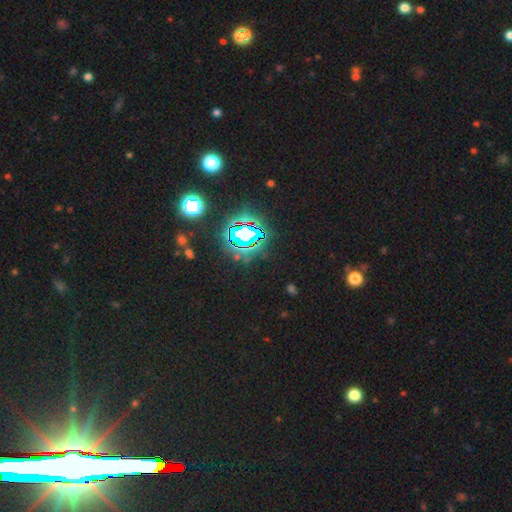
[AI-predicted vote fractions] A star or artifact, not a galaxy (83%).

Vote fractions:
- Smooth or featured? star or artifact: 83% / smooth: 10% / featured or disk: 7%